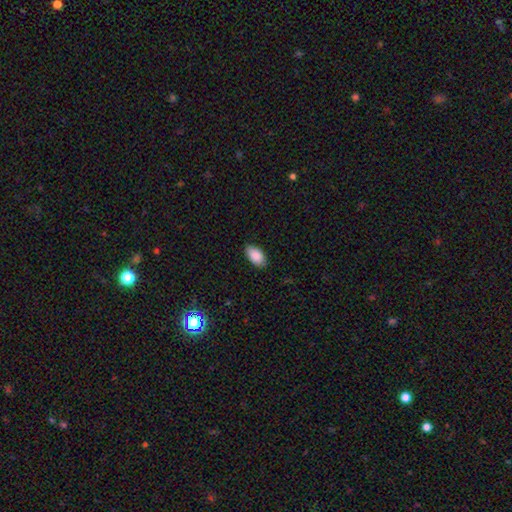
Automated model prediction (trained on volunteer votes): Morphology: type=smooth (89%); roundness=in between (94%); merging=none (84%).